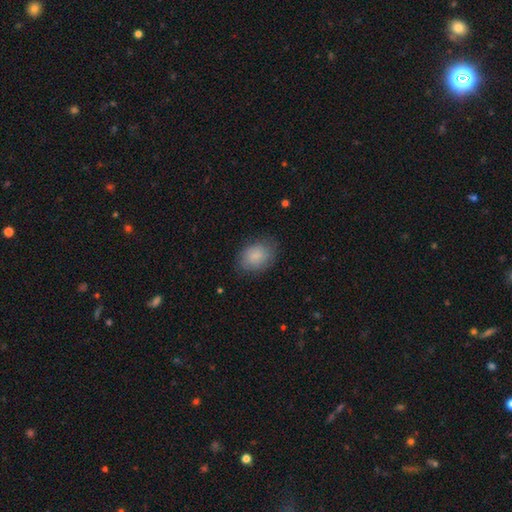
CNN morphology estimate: Smooth or featured? smooth (83%)
How rounded? in between (70%)
Merging? none (76%)